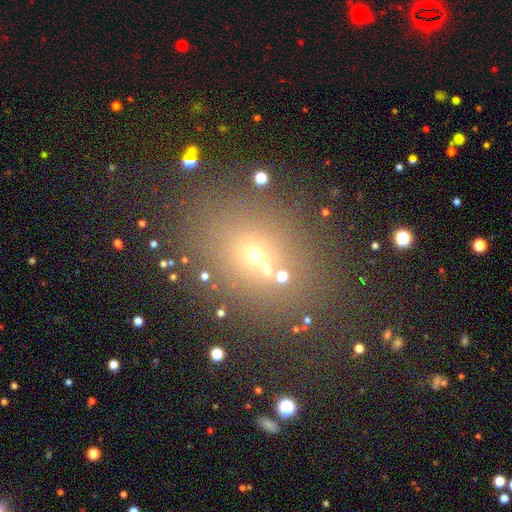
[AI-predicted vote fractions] Q: Smooth or featured?
A: smooth (49%); runner-up: star or artifact (35%)
Q: Merging?
A: none (69%); runner-up: merger (15%)